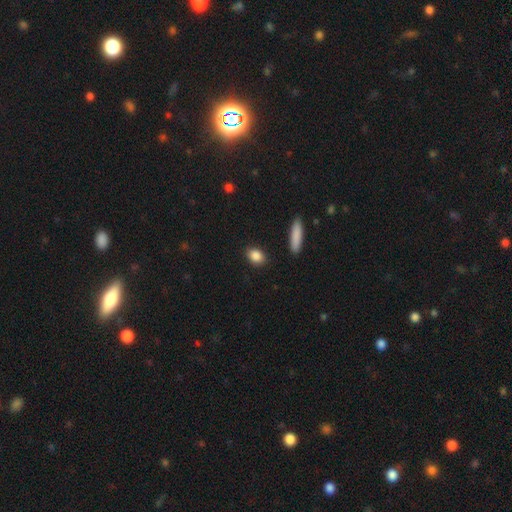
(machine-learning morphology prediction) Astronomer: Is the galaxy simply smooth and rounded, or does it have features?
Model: smooth — 88%.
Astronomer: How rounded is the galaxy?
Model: in between — 70%.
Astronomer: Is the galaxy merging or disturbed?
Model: none — 89%.